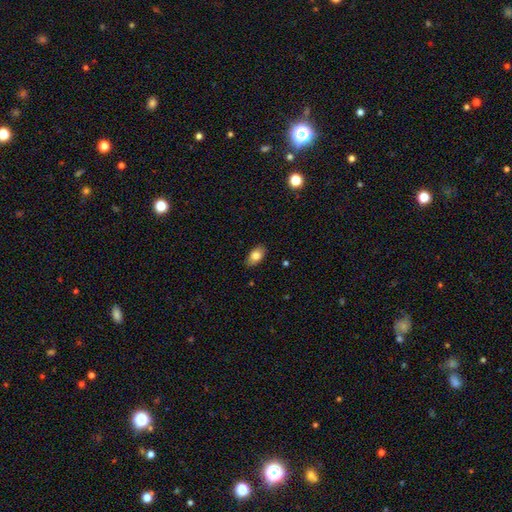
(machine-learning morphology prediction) smooth-or-featured: smooth: 81% | featured or disk: 11% | star or artifact: 8%
  how-rounded: in between: 91% | round: 7% | cigar-shaped: 2%
  merging: none: 86% | minor disturbance: 11% | major disturbance: 2% | merger: 1%